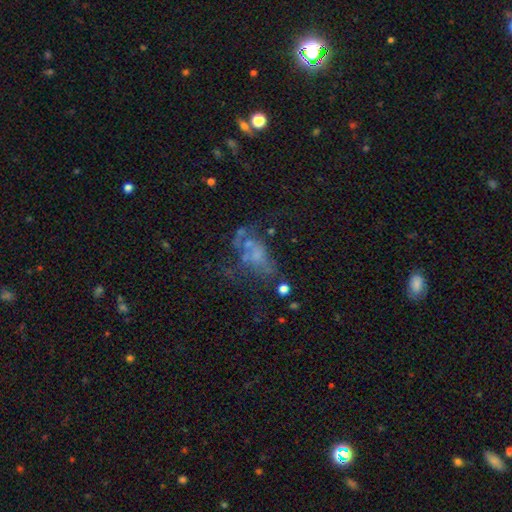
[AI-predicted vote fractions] A featured or disk galaxy (51%). Merging: major disturbance (37%).